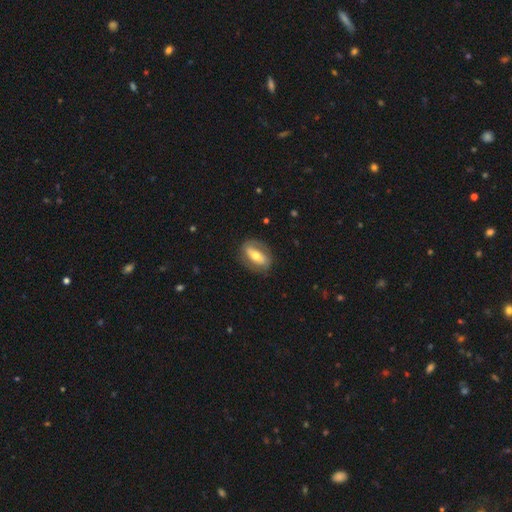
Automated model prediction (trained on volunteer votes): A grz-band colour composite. It shows a featured or disk galaxy (56%). Merging: none (77%).